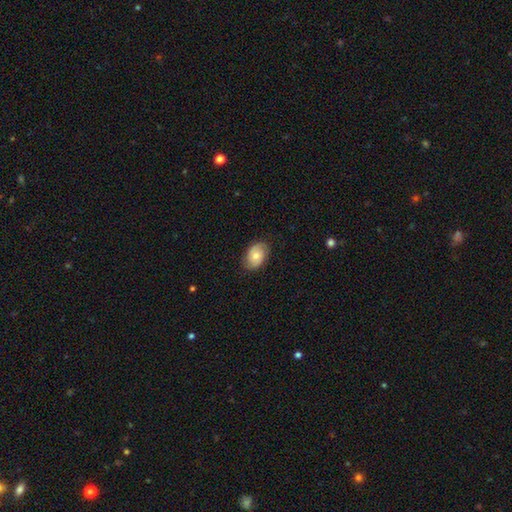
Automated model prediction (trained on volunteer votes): smooth 66%, featured or disk 27%, star or artifact 7%. Down the decision tree: how rounded — in between (80%); merging — none (79%).